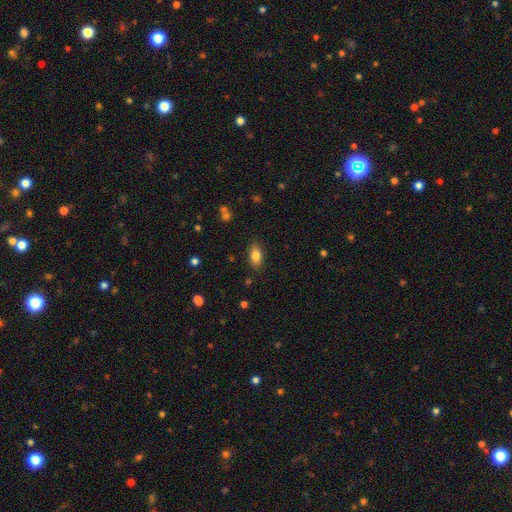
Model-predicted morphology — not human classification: A smooth galaxy with no disk features (82%) that is in between round and cigar-shaped (89%).

Vote fractions:
- Smooth or featured? smooth: 82% / featured or disk: 9% / star or artifact: 9%
- How rounded? in between: 89% / round: 7% / cigar-shaped: 4%
- Merging? none: 86% / minor disturbance: 10% / major disturbance: 2% / merger: 1%